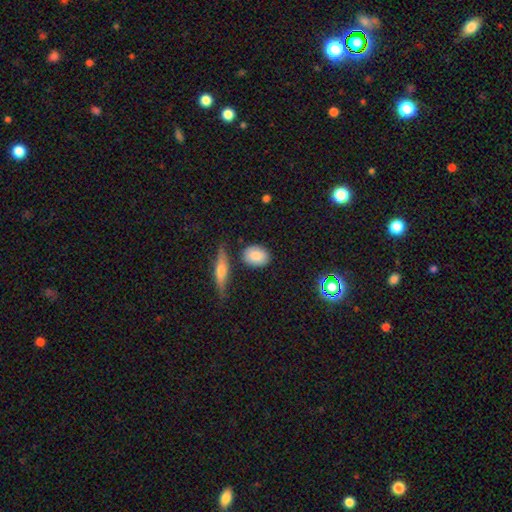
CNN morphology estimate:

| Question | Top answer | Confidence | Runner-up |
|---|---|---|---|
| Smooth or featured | smooth | 84% | featured or disk (9%) |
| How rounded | in between | 60% | round (37%) |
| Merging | none | 78% | minor disturbance (13%) |